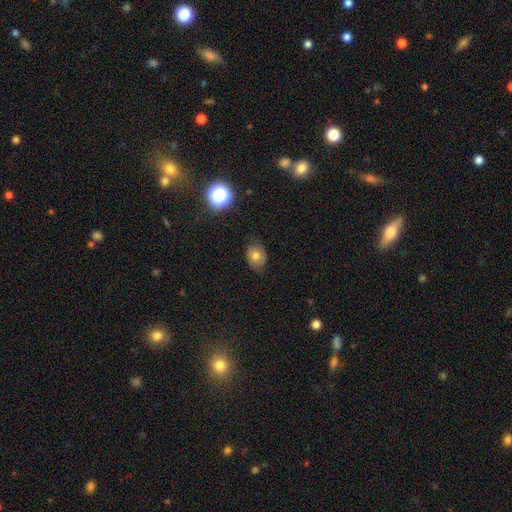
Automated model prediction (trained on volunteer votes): This is likely a smooth galaxy (67%). How rounded: possibly in between (58%). Merging: likely none (74%).